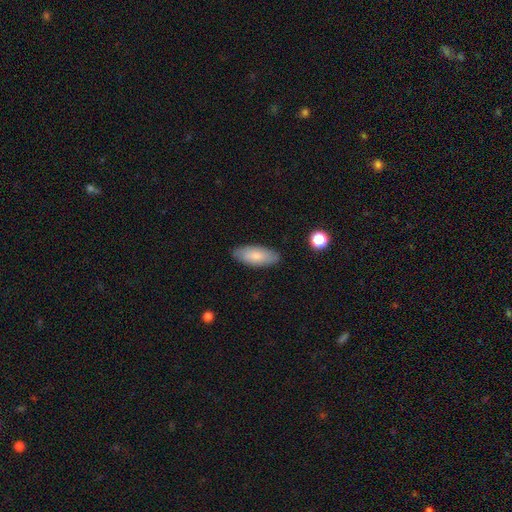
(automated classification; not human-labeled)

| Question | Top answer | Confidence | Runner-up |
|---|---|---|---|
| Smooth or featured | smooth | 80% | featured or disk (14%) |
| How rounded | in between | 83% | cigar-shaped (16%) |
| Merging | none | 85% | minor disturbance (11%) |